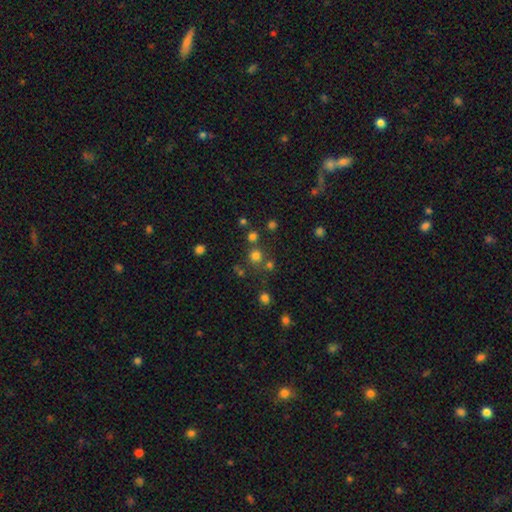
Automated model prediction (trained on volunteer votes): Smooth or featured: smooth — 71% (star or artifact — 22%)
How rounded: round — 92% (in between — 7%)
Merging: none — 74% (merger — 16%)